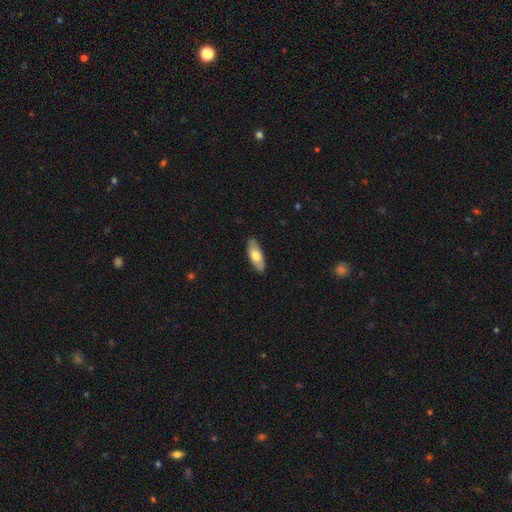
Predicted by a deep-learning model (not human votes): Overall: smooth (66%; featured or disk 29%). How rounded: in between (74%). Merging: none (88%).